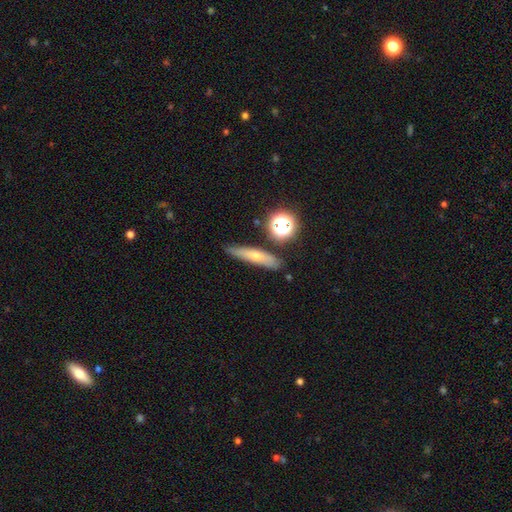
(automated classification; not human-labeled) Morphology: type=smooth (48%); merging=none (81%).